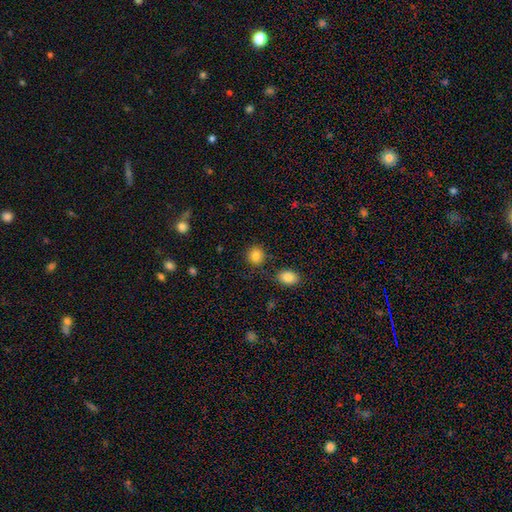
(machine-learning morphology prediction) The model was most divided on "how rounded": round: 82%, in between: 17%, cigar-shaped: 1%. More confident: smooth or featured — smooth (86%); merging — none (82%).